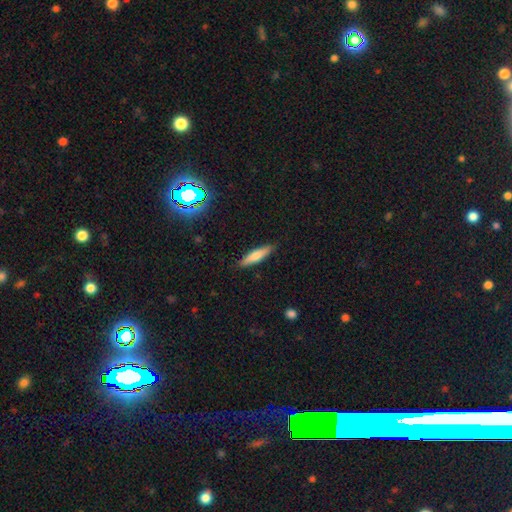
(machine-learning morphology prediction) type=smooth (69%); roundness=cigar-shaped (79%); merging=none (89%).